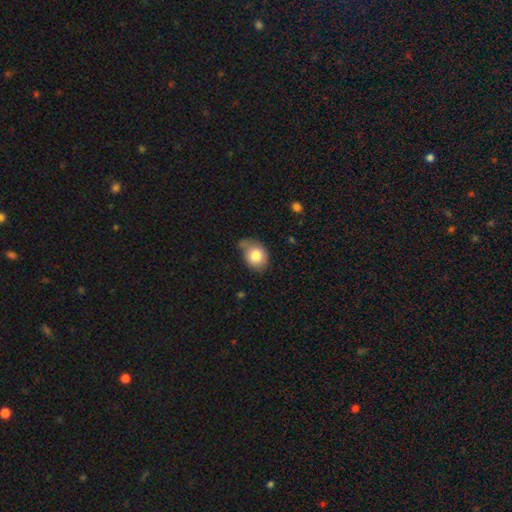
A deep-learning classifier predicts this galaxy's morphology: smooth 82%, featured or disk 10%, star or artifact 8%. Down the decision tree: how rounded — round (51%); merging — none (53%).